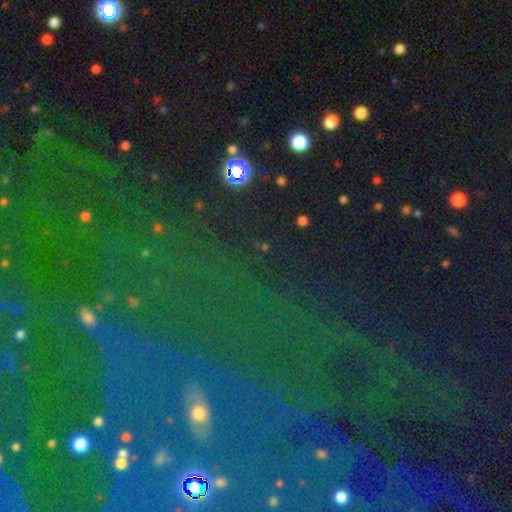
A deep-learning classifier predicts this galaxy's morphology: This is likely a star or artifact rather than a galaxy (73%).